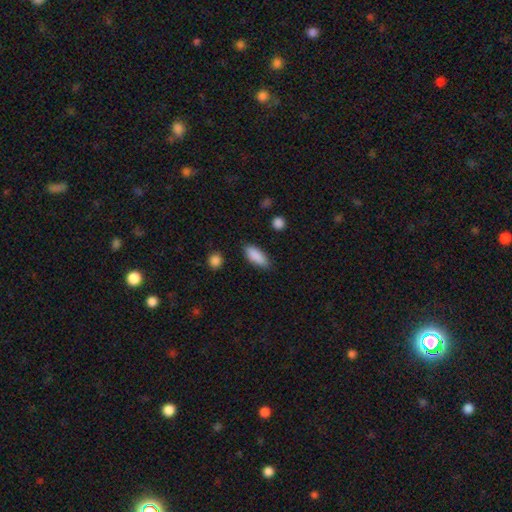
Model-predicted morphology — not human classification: Overall: smooth (88%). How rounded: in between (74%). Merging: none (84%).